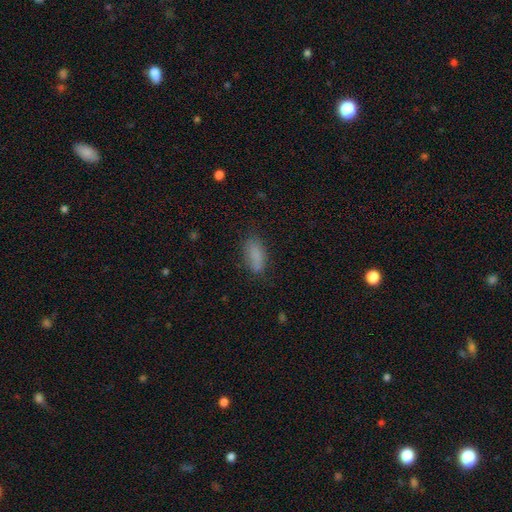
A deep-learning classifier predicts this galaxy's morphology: smooth 84%, star or artifact 9%, featured or disk 7%. Down the decision tree: how rounded — in between (82%); merging — none (72%).